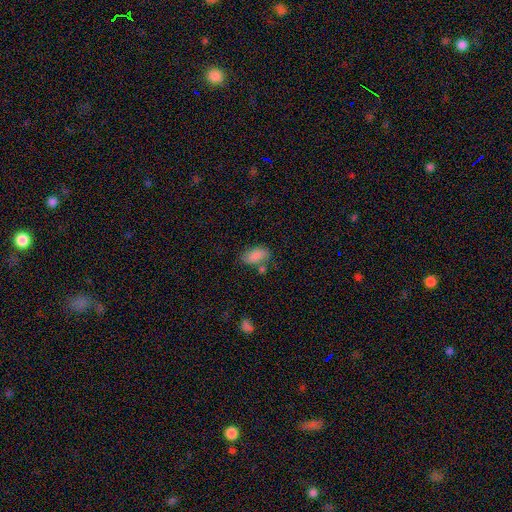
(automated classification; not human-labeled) smooth_or_featured: smooth (p=0.82) [alt: featured or disk p=0.10]
how_rounded: in between (p=0.92) [alt: round p=0.05]
merging: none (p=0.55) [alt: minor disturbance p=0.22]